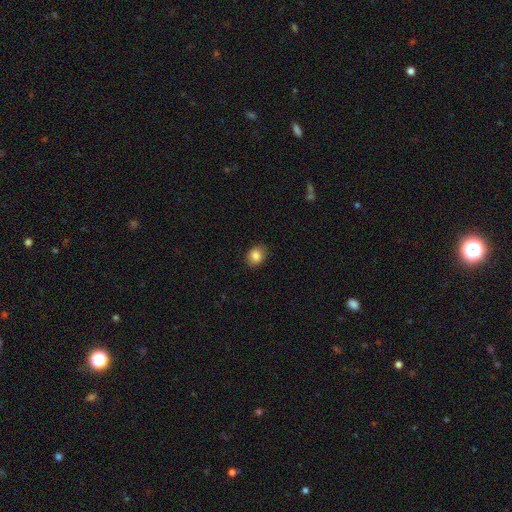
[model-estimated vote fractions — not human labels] The model was most divided on "how rounded": round: 51%, in between: 48%, cigar-shaped: 1%. More confident: smooth or featured — smooth (85%); merging — none (85%).